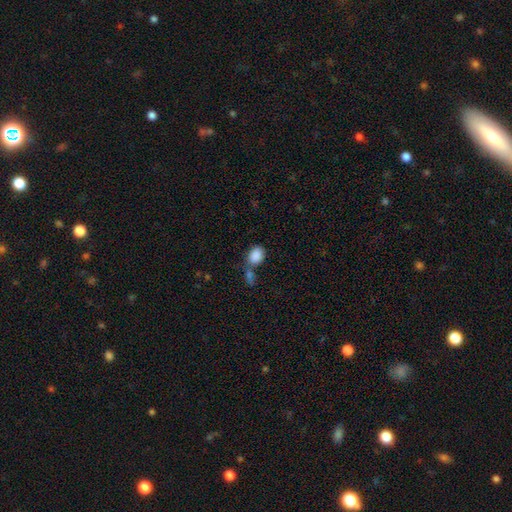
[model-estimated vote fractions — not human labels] smooth_or_featured: smooth (p=0.87) [alt: star or artifact p=0.08]
how_rounded: in between (p=0.71) [alt: round p=0.27]
merging: none (p=0.47) [alt: merger p=0.35]